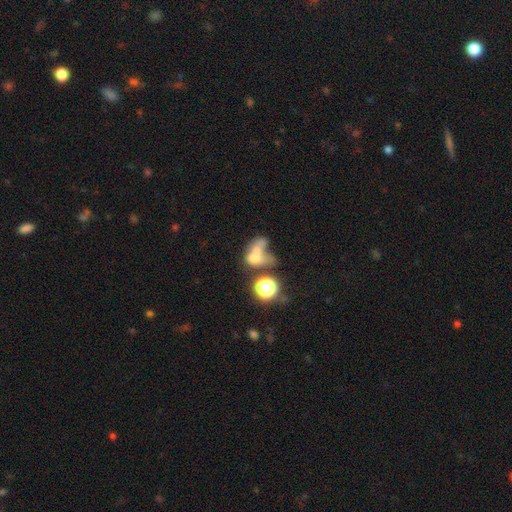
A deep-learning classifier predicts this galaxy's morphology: The model was most divided on "smooth or featured": smooth: 50%, featured or disk: 30%, star or artifact: 20%. More confident: merging — merger (54%).